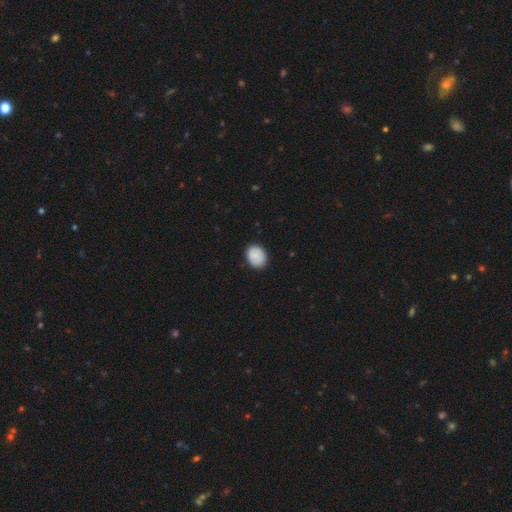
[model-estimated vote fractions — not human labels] This is clearly a smooth galaxy (87%). How rounded: possibly in between (51%). Merging: clearly none (86%).